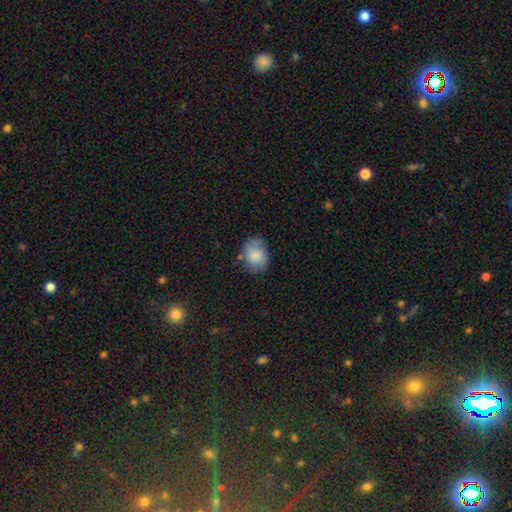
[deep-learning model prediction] Smooth or featured? smooth (72%)
How rounded? in between (64%)
Merging? none (62%)